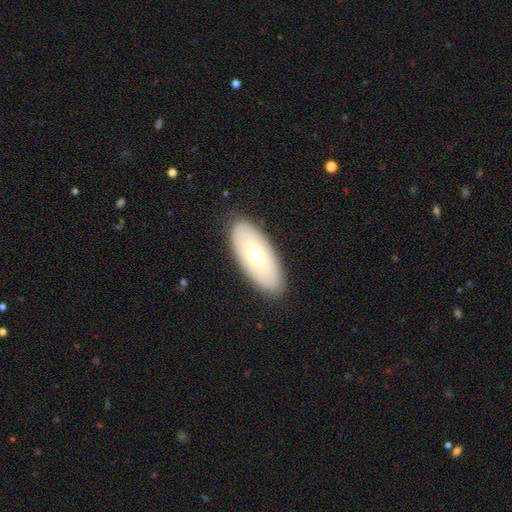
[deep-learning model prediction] A smooth galaxy with no disk features (57%) that is in between round and cigar-shaped (87%).

Vote fractions:
- Smooth or featured? smooth: 57% / featured or disk: 37% / star or artifact: 6%
- How rounded? in between: 87% / cigar-shaped: 10% / round: 2%
- Merging? none: 88% / minor disturbance: 9% / major disturbance: 2% / merger: 1%